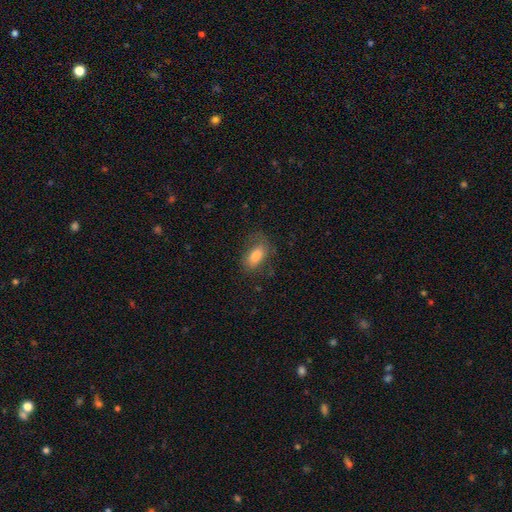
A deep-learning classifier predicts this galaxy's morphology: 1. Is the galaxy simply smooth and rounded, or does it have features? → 71% smooth, 21% featured or disk, 8% star or artifact.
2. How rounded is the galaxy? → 88% in between, 7% cigar-shaped, 6% round.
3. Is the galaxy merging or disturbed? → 61% none, 23% minor disturbance, 15% major disturbance, 2% merger.